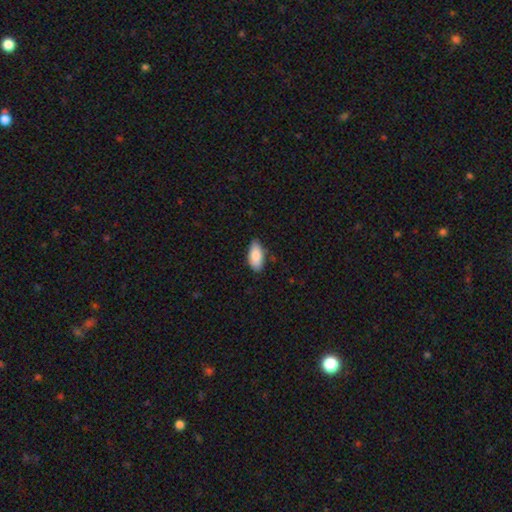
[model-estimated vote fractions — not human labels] A smooth galaxy with no disk features (85%) that is in between round and cigar-shaped (91%). Merging: none (78%).